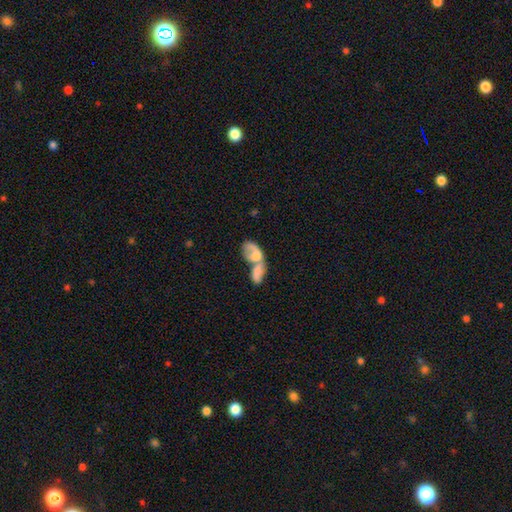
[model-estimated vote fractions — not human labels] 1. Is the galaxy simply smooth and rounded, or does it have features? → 61% smooth, 31% featured or disk, 8% star or artifact.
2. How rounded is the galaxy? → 87% in between, 8% round, 5% cigar-shaped.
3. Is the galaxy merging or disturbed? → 73% merger, 11% major disturbance, 10% none, 6% minor disturbance.